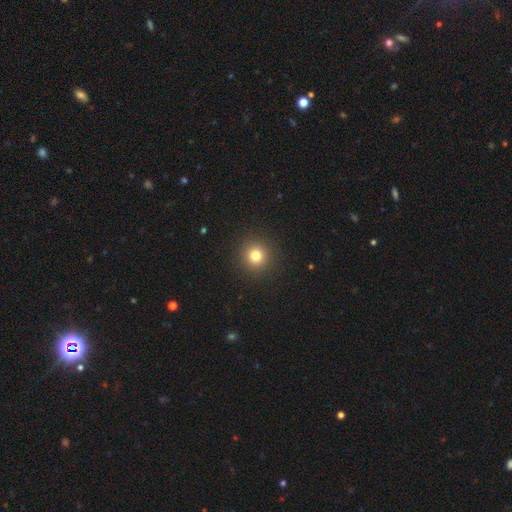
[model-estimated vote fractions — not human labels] A smooth galaxy with no disk features (79%) that is round (94%). Merging: none (92%).